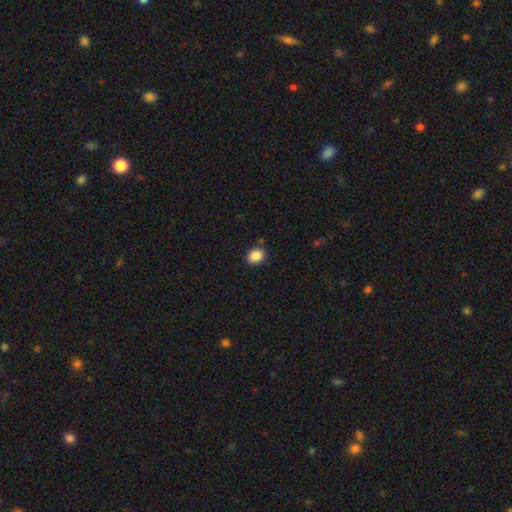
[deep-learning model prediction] Smooth or featured? smooth (87%)
How rounded? round (58%)
Merging? none (85%)